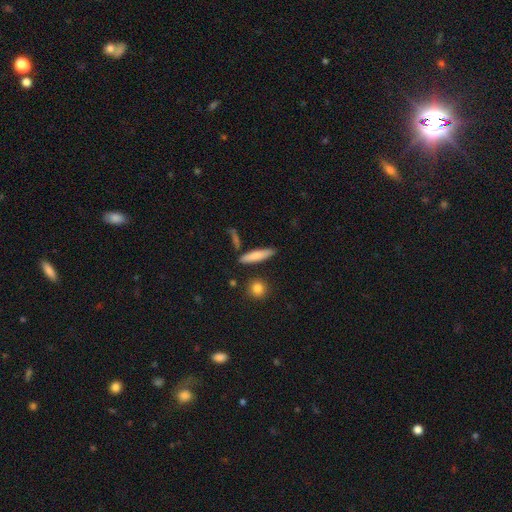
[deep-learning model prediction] Smooth or featured? smooth (74%)
How rounded? cigar-shaped (77%)
Merging? none (84%)